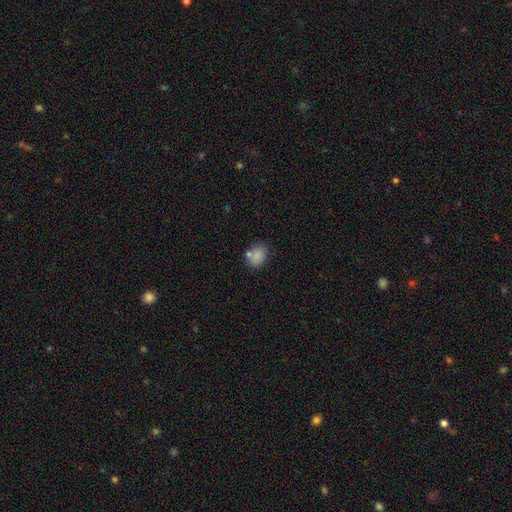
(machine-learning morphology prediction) This is clearly a smooth galaxy (83%). How rounded: possibly in between (54%). Merging: likely none (64%).